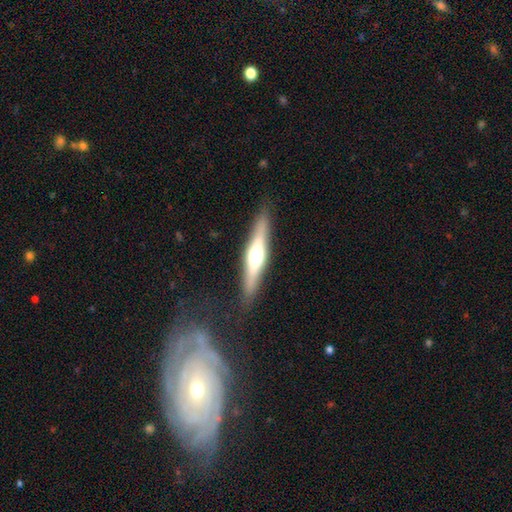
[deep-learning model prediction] A featured or disk galaxy (63%) viewed edge-on (95%) with a rounded central bulge (92%).

Vote fractions:
- Smooth or featured? featured or disk: 63% / smooth: 31% / star or artifact: 6%
- Edge-on disk? yes: 95% / no: 5%
- Edge-on bulge? rounded: 92% / boxy: 5% / none: 3%
- Merging? none: 87% / minor disturbance: 9% / major disturbance: 3% / merger: 1%